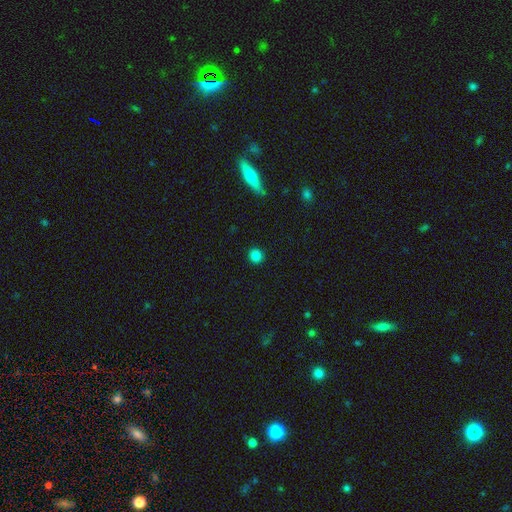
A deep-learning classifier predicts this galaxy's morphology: The model was most divided on "smooth or featured": smooth: 85%, star or artifact: 12%, featured or disk: 4%. More confident: how rounded — round (94%); merging — none (92%).